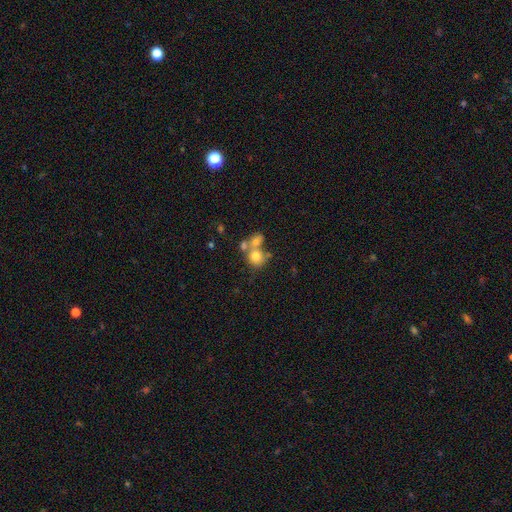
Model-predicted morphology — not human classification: Smooth or featured?
  - smooth: 72% *
  - featured or disk: 16%
  - star or artifact: 12%
How rounded?
  - round: 78% *
  - in between: 21%
  - cigar-shaped: 1%
Merging?
  - merger: 52% *
  - none: 36%
  - minor disturbance: 8%
  - major disturbance: 5%